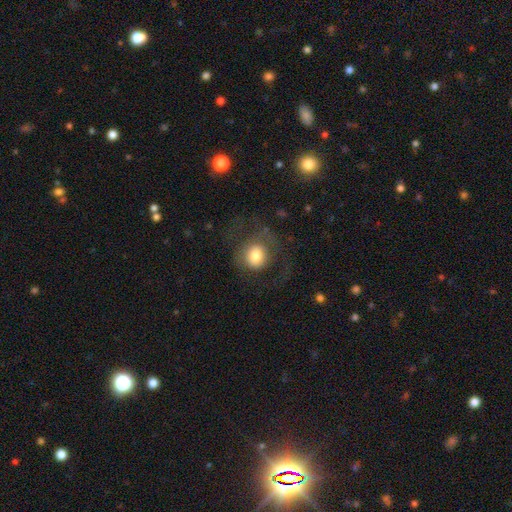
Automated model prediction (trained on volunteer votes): Smooth or featured? smooth (68%)
How rounded? round (81%)
Merging? none (51%)